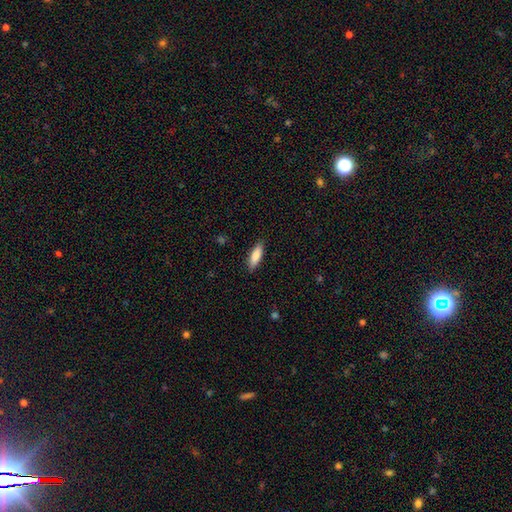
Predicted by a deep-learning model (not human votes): Smooth or featured? Predicted: smooth (p=0.84). How rounded? Predicted: in between (p=0.52). Merging? Predicted: none (p=0.88).